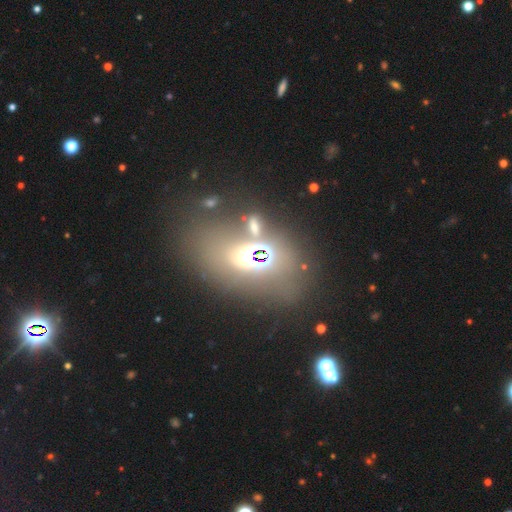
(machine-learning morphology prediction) Overall: smooth (43%; star or artifact 36%). Merging: none (48%; merger 28%).